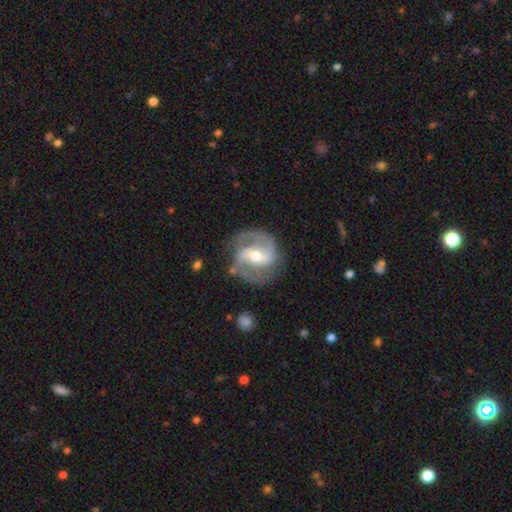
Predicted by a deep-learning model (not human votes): Morphology: type=featured or disk (90%); edge-on=no (97%); bar=strong (41%); spiral arms=yes (97%); winding=medium (58%); arm count=2 (92%); bulge=moderate (66%); merging=none (79%).